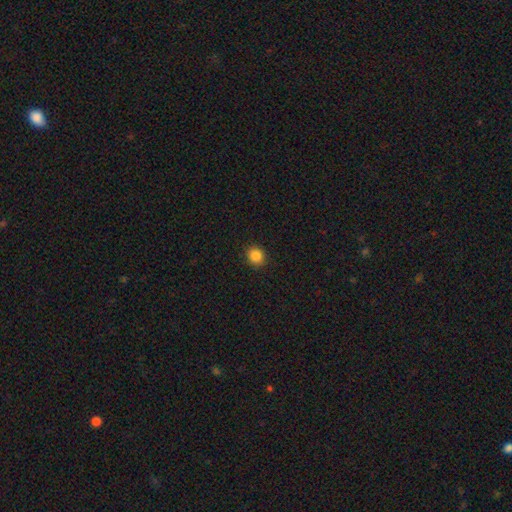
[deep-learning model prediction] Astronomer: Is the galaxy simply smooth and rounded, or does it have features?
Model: smooth — 86%.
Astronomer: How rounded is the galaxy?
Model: round — 84%.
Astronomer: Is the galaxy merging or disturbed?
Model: none — 91%.